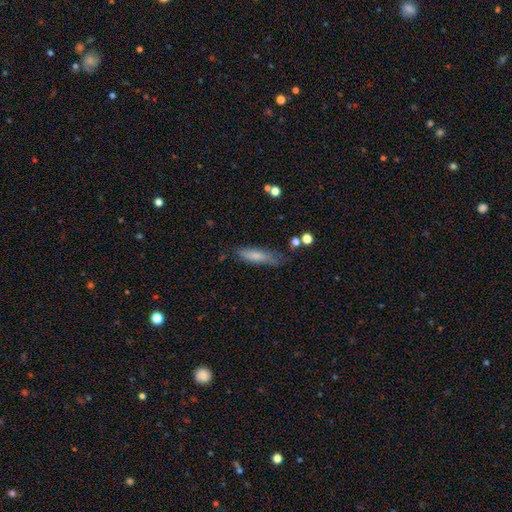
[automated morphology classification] The model was most divided on "merging": none: 69%, minor disturbance: 22%, major disturbance: 6%, merger: 3%. More confident: how rounded — cigar-shaped (73%); smooth or featured — smooth (71%).